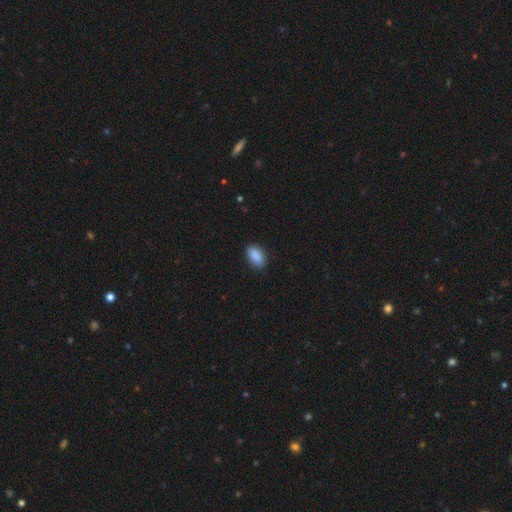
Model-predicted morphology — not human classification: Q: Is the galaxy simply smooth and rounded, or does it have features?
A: smooth — 90%.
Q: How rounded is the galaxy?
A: in between — 92%.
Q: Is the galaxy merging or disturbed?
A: none — 87%.